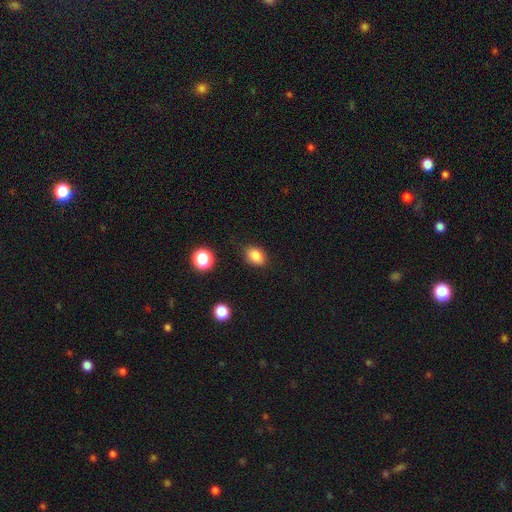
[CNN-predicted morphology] Smooth or featured: smooth — 83% (star or artifact — 11%)
How rounded: in between — 70% (round — 28%)
Merging: none — 82% (minor disturbance — 13%)